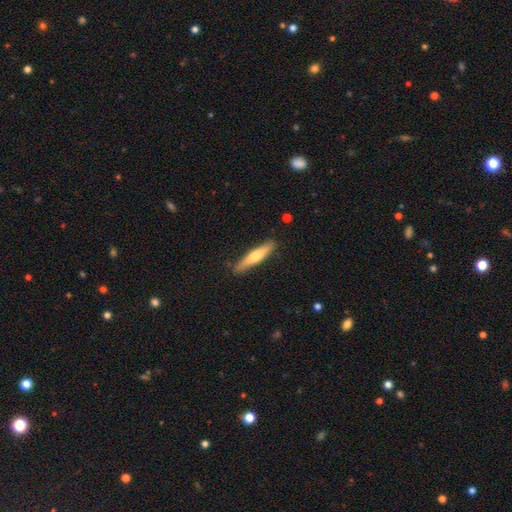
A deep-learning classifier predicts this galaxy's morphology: Smooth or featured: smooth — 55% (featured or disk — 40%)
How rounded: cigar-shaped — 89% (in between — 10%)
Merging: none — 87% (minor disturbance — 10%)